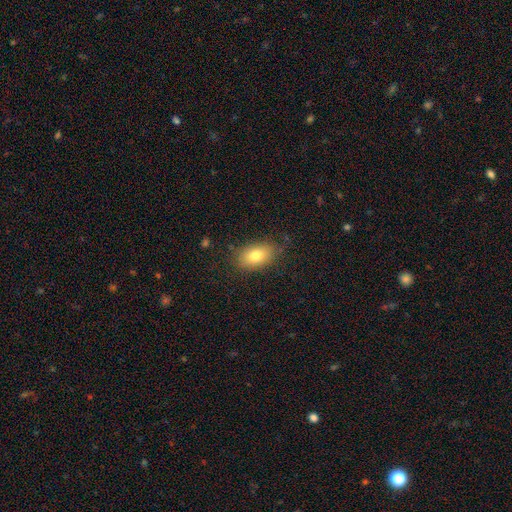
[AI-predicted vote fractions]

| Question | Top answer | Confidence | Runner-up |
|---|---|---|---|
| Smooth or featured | smooth | 78% | featured or disk (13%) |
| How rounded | in between | 87% | round (11%) |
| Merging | none | 82% | minor disturbance (14%) |